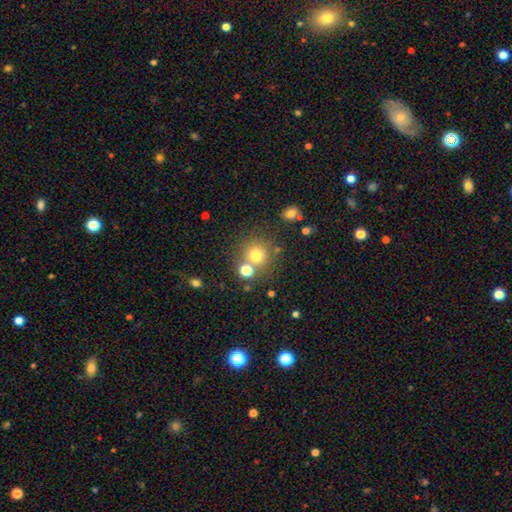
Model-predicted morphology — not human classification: A smooth galaxy with no disk features (73%) that is round (92%). Merging: none (72%).